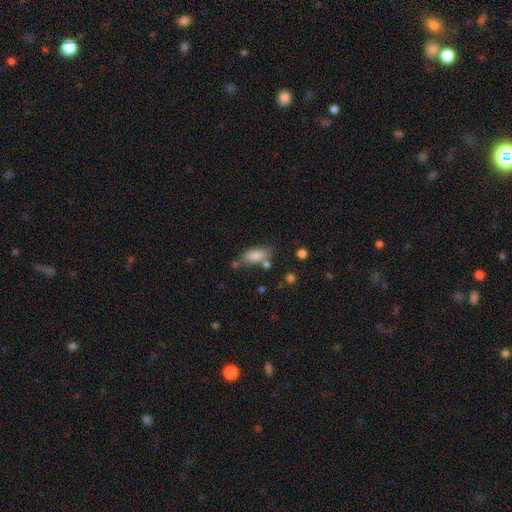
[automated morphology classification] smooth-or-featured: smooth: 81% | featured or disk: 11% | star or artifact: 8%
  how-rounded: in between: 83% | cigar-shaped: 13% | round: 3%
  merging: none: 61% | minor disturbance: 20% | merger: 13% | major disturbance: 6%